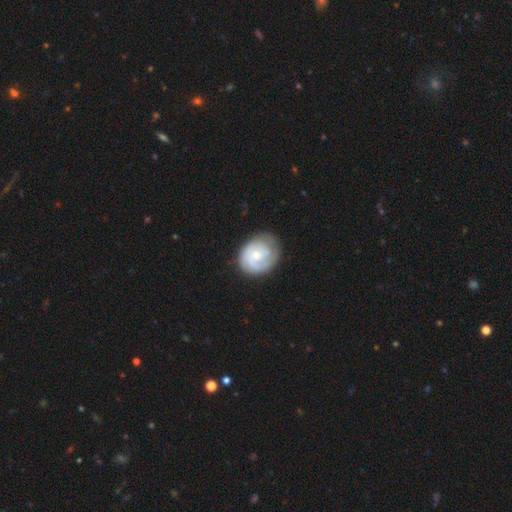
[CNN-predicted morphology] This is possibly a featured or disk galaxy (58%). It is clearly not viewed edge-on (98%). Bar: likely no (74%). Spiral arm pattern: clearly yes (80%). Central bulge: possibly small (50%). Merging: likely none (67%).